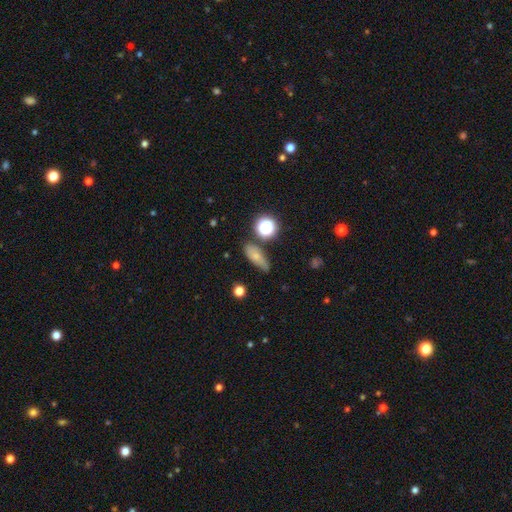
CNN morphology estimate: Q: Smooth or featured?
A: smooth (67%); runner-up: featured or disk (19%)
Q: How rounded?
A: in between (62%); runner-up: cigar-shaped (26%)
Q: Merging?
A: none (64%); runner-up: minor disturbance (25%)